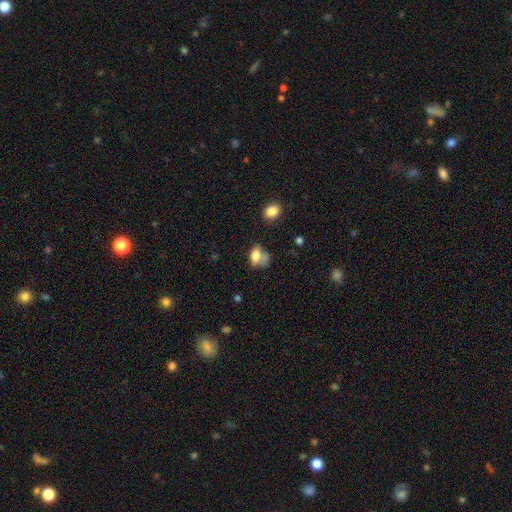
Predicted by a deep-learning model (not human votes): smooth-or-featured: smooth: 74% | featured or disk: 16% | star or artifact: 11%
  how-rounded: in between: 76% | round: 22% | cigar-shaped: 2%
  merging: none: 32% | minor disturbance: 26% | merger: 23% | major disturbance: 20%